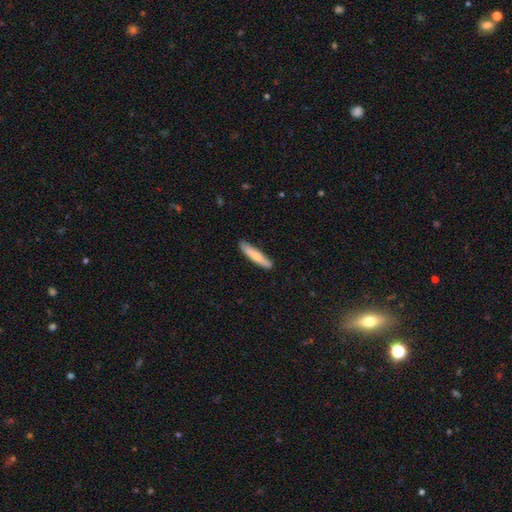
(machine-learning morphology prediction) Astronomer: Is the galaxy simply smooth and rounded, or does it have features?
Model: smooth — 74%.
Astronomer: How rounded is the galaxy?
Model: cigar-shaped — 88%.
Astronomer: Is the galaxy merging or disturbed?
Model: none — 85%.